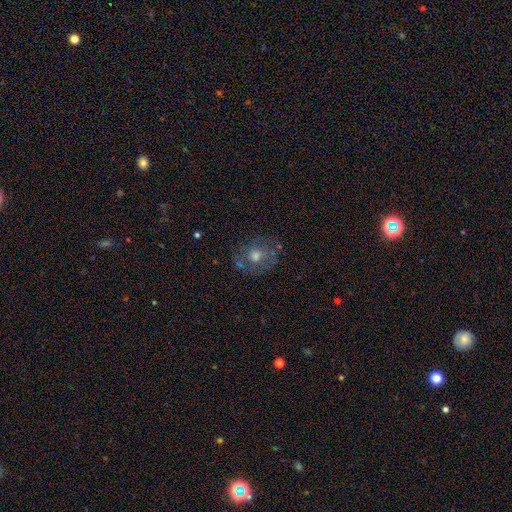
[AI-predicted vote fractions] smooth 47%, featured or disk 40%, star or artifact 13%. Down the decision tree: merging — none (68%).